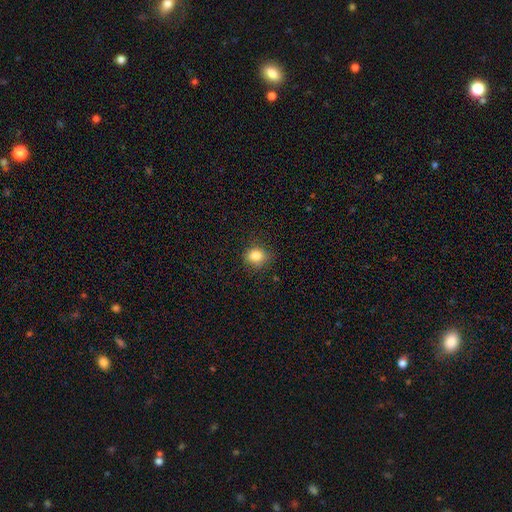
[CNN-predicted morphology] Smooth or featured: smooth — 83% (star or artifact — 11%)
How rounded: round — 72% (in between — 27%)
Merging: none — 81% (minor disturbance — 14%)